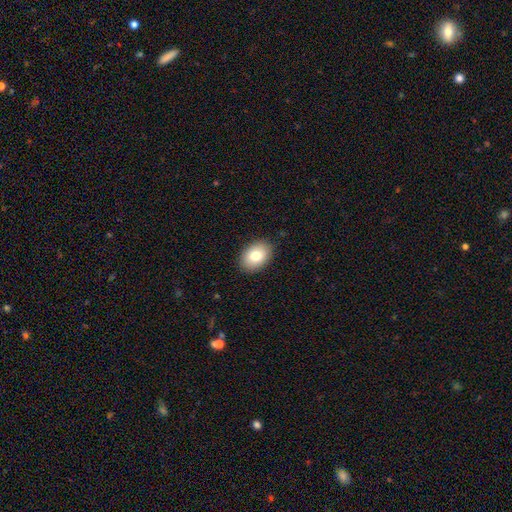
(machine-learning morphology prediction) Smooth or featured? smooth (80%)
How rounded? in between (85%)
Merging? none (89%)